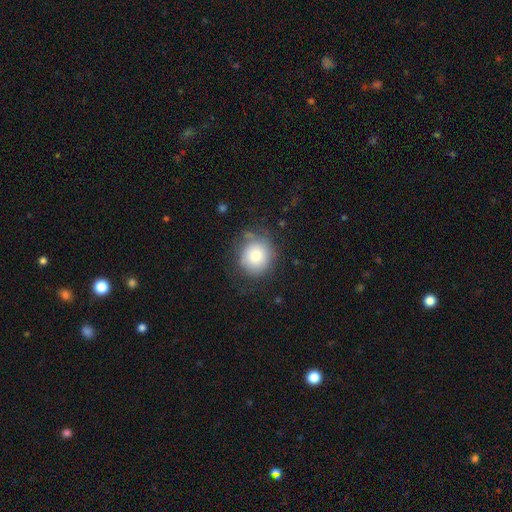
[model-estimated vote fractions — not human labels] Morphology: type=smooth (77%); roundness=round (84%); merging=none (73%).